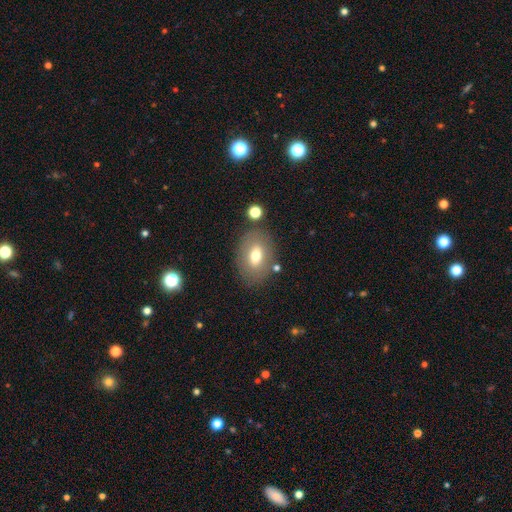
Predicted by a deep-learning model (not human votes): This is likely a smooth galaxy (67%). How rounded: clearly in between (81%). Merging: likely none (77%).